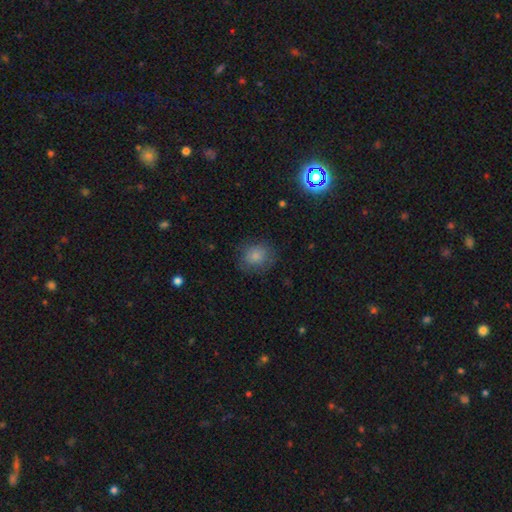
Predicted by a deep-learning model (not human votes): Overall: smooth (80%). How rounded: round (73%). Merging: none (77%).